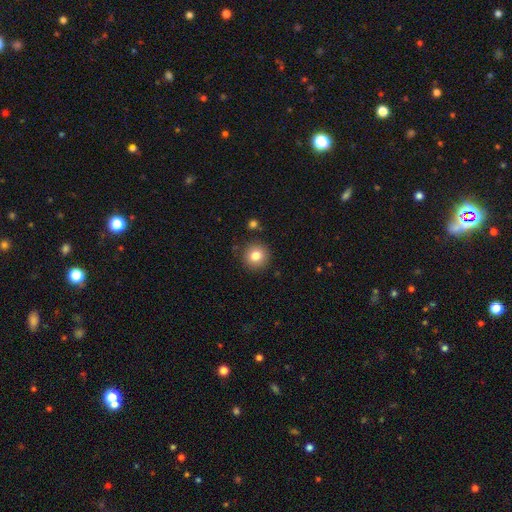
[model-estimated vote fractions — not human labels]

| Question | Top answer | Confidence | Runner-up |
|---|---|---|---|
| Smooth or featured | smooth | 81% | star or artifact (10%) |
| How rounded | round | 94% | in between (5%) |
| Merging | none | 88% | minor disturbance (7%) |